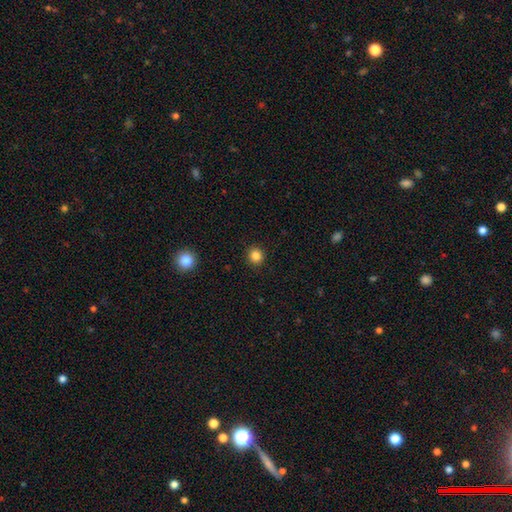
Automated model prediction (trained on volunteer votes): Q: Smooth or featured?
A: smooth (84%); runner-up: star or artifact (11%)
Q: How rounded?
A: round (91%); runner-up: in between (8%)
Q: Merging?
A: none (92%); runner-up: minor disturbance (5%)